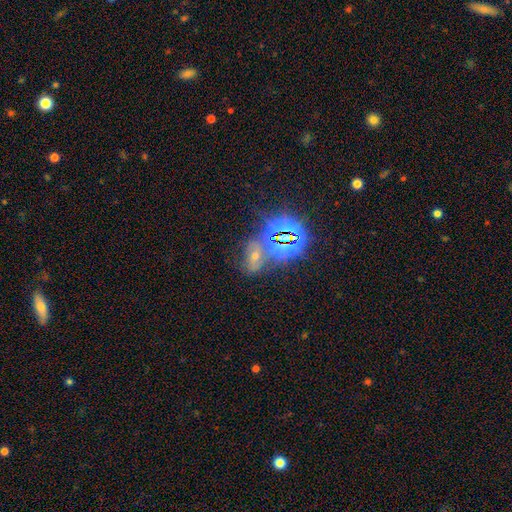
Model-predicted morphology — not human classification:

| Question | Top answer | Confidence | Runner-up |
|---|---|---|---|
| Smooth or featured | star or artifact | 64% | smooth (19%) |